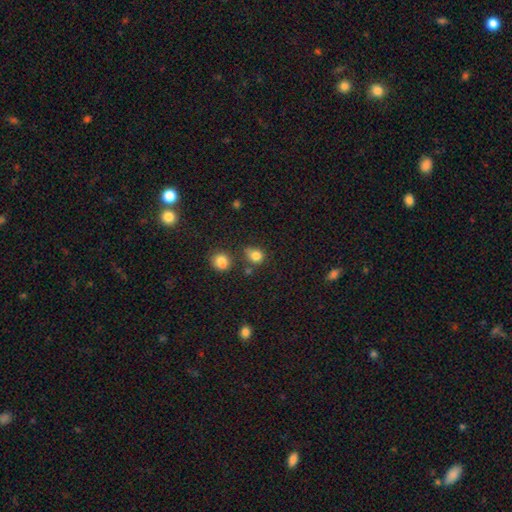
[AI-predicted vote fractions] The model was most divided on "merging": none: 59%, minor disturbance: 21%, merger: 12%, major disturbance: 7%. More confident: smooth or featured — smooth (81%); how rounded — round (72%).